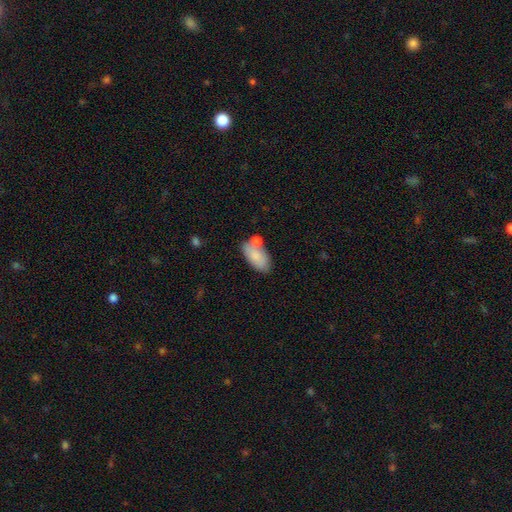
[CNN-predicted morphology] Smooth or featured: smooth — 81% (featured or disk — 13%)
How rounded: in between — 93% (cigar-shaped — 4%)
Merging: none — 54% (merger — 24%)